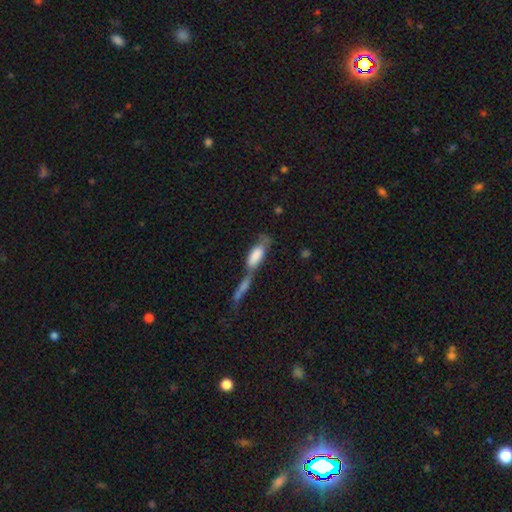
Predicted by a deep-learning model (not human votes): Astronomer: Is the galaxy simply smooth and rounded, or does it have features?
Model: smooth — 72%.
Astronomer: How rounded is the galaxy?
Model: in between — 70%.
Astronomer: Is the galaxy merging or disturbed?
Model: merger — 66%.